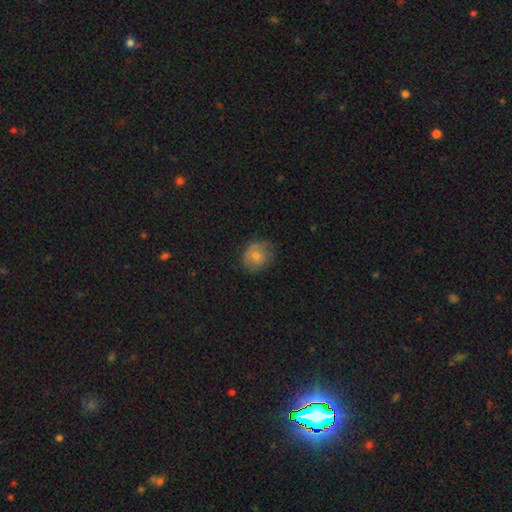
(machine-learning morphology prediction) type=smooth (68%); roundness=round (71%); merging=none (64%).